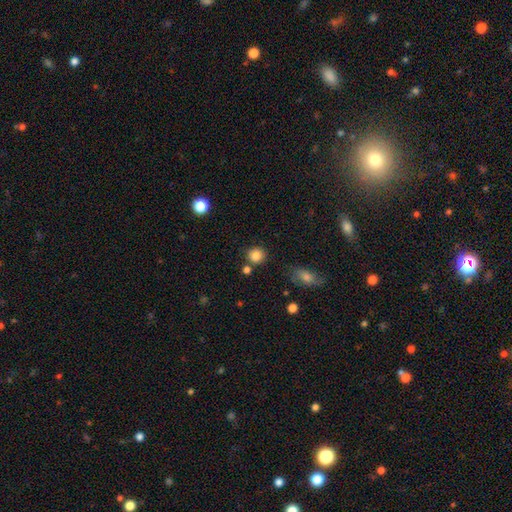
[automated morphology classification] Smooth or featured? smooth (84%)
How rounded? round (88%)
Merging? none (79%)